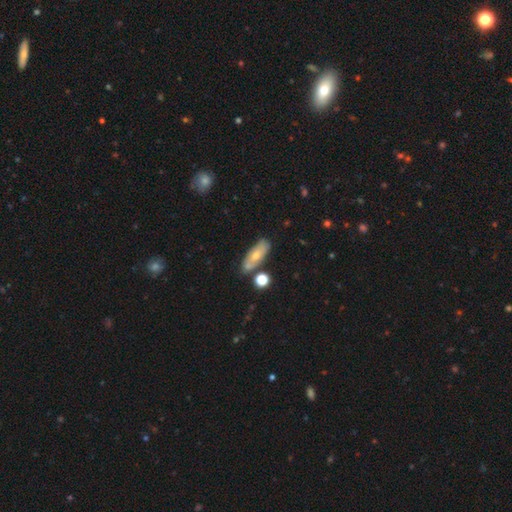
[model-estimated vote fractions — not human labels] Overall: smooth (57%; featured or disk 34%). How rounded: in between (70%). Merging: none (67%).